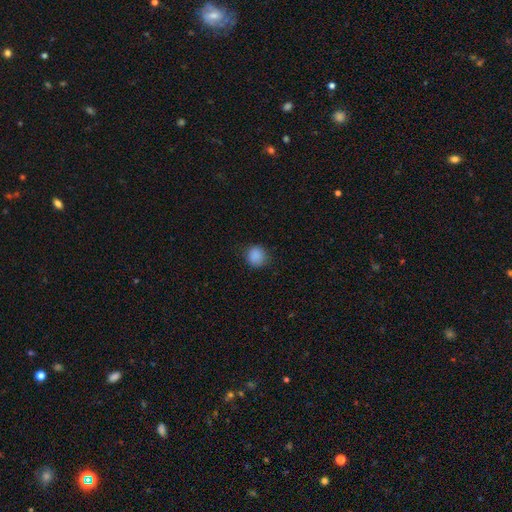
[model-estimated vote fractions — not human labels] Q: Smooth or featured?
A: smooth (87%); runner-up: star or artifact (10%)
Q: How rounded?
A: round (87%); runner-up: in between (12%)
Q: Merging?
A: none (84%); runner-up: minor disturbance (12%)